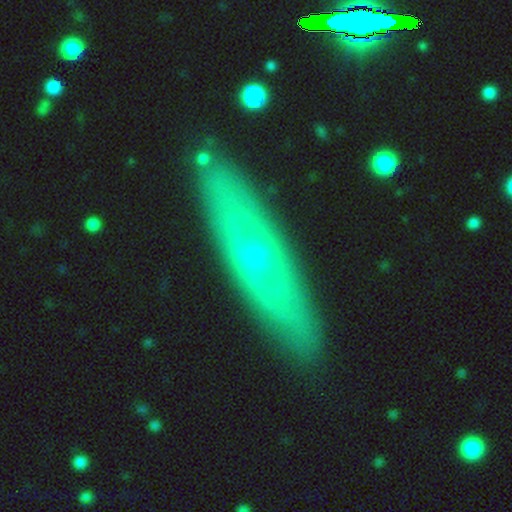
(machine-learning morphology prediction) type=featured or disk (58%); edge-on=yes (58%); merging=none (88%).